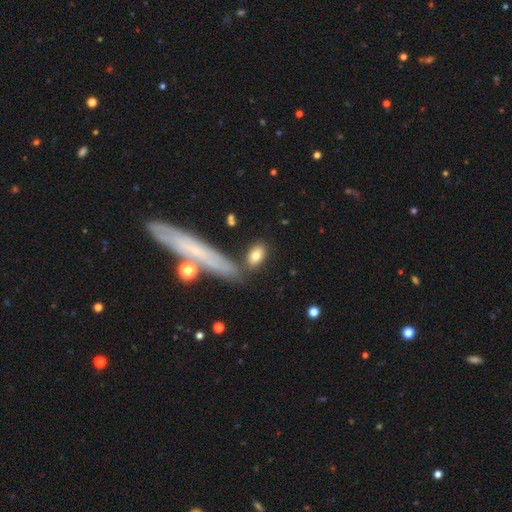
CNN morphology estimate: smooth-or-featured: smooth: 76% | featured or disk: 16% | star or artifact: 8%
  how-rounded: in between: 83% | cigar-shaped: 9% | round: 8%
  merging: none: 73% | minor disturbance: 13% | merger: 10% | major disturbance: 4%